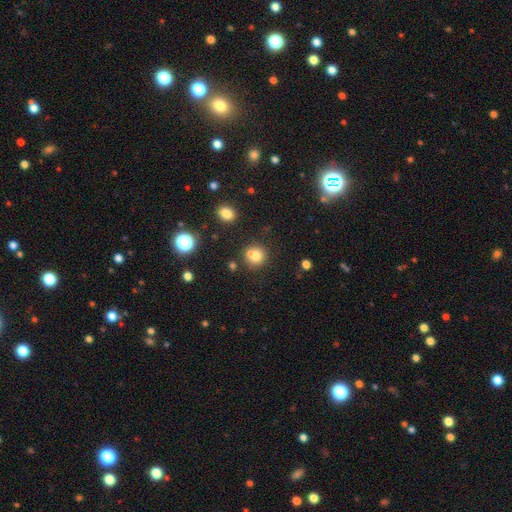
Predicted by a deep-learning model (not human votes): Q: Smooth or featured?
A: smooth (74%); runner-up: star or artifact (14%)
Q: How rounded?
A: round (85%); runner-up: in between (14%)
Q: Merging?
A: none (52%); runner-up: merger (34%)